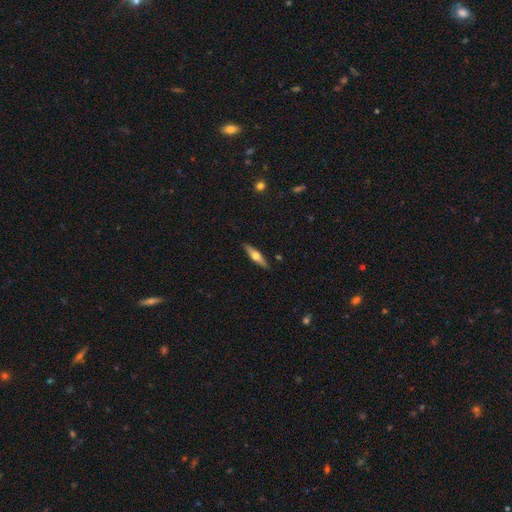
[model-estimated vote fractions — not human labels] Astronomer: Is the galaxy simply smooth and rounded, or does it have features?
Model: featured or disk — 48% (runner-up: smooth, 46%).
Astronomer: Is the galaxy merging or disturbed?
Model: none — 90%.